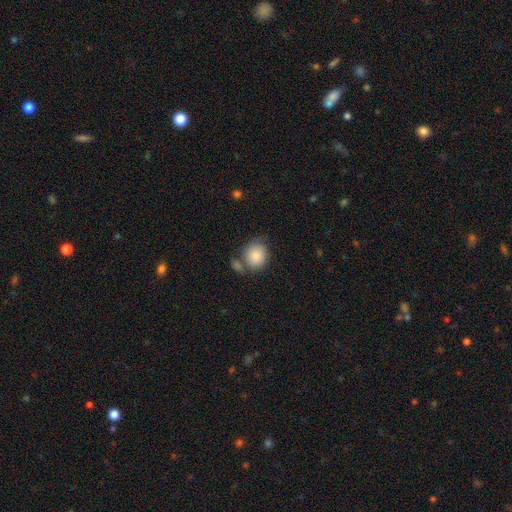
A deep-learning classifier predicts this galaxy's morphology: type=smooth (86%); roundness=round (66%); merging=none (56%).